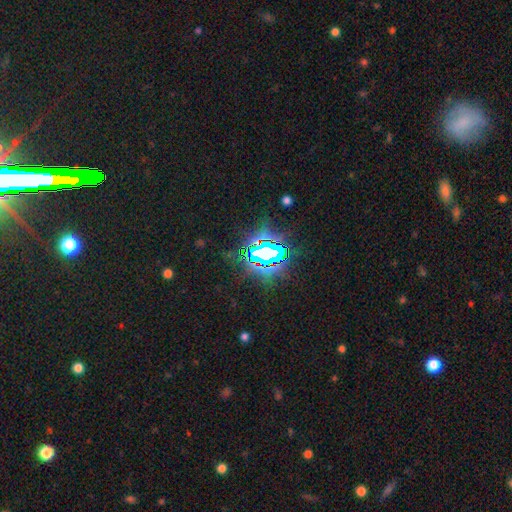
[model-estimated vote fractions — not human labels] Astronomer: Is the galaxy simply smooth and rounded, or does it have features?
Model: star or artifact — 78%.